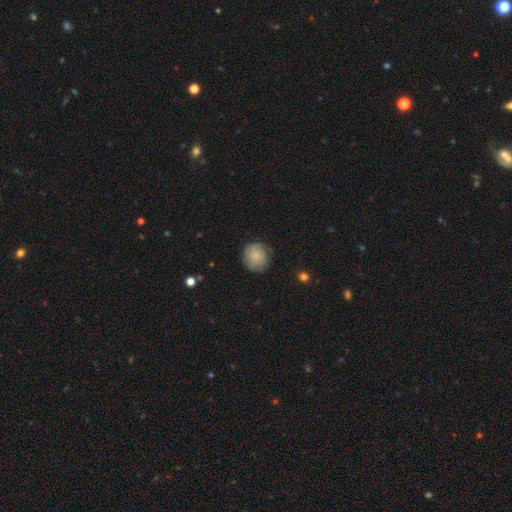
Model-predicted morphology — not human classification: Smooth or featured?
  - smooth: 65% *
  - featured or disk: 27%
  - star or artifact: 8%
How rounded?
  - round: 89% *
  - in between: 10%
  - cigar-shaped: 1%
Merging?
  - none: 78% *
  - minor disturbance: 16%
  - major disturbance: 5%
  - merger: 1%